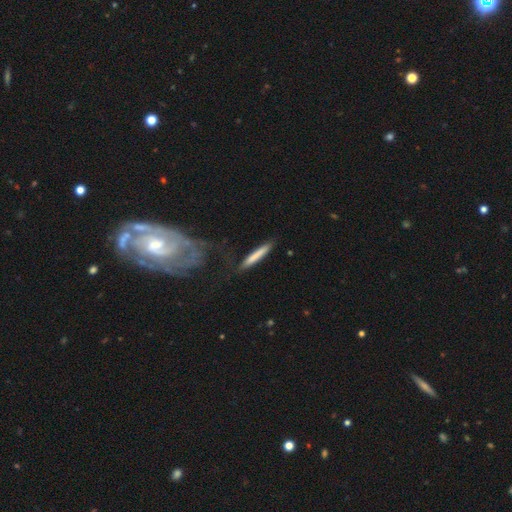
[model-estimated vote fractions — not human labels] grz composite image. It shows a smooth galaxy with no disk features (76%) that is cigar-shaped (94%). Merging: none (81%).